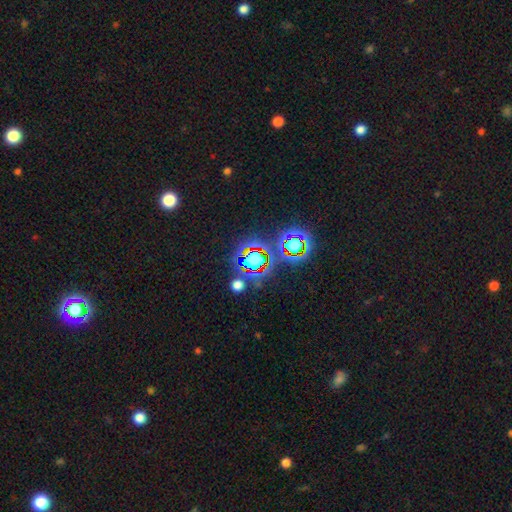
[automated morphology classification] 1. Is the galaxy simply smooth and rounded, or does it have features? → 78% star or artifact, 14% smooth, 8% featured or disk.